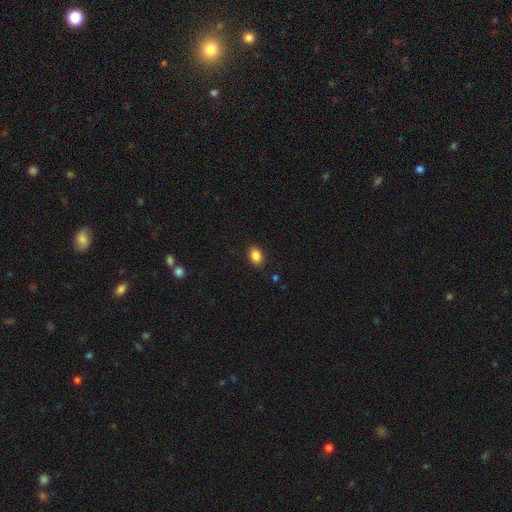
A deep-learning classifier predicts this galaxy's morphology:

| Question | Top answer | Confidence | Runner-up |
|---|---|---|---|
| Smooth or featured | smooth | 87% | star or artifact (9%) |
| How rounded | in between | 81% | round (18%) |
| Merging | none | 89% | minor disturbance (8%) |